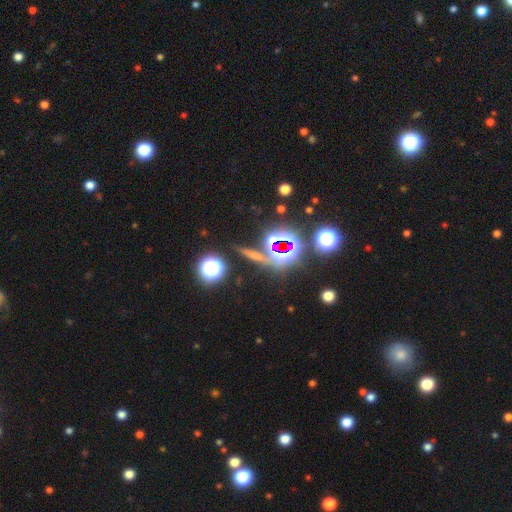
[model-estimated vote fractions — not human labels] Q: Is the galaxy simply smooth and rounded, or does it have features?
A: star or artifact — 45%.